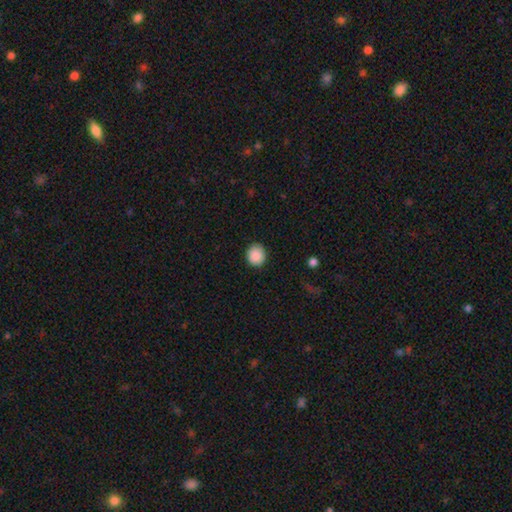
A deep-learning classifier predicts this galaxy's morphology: smooth 89%, star or artifact 8%, featured or disk 3%. Down the decision tree: how rounded — round (86%); merging — none (88%).